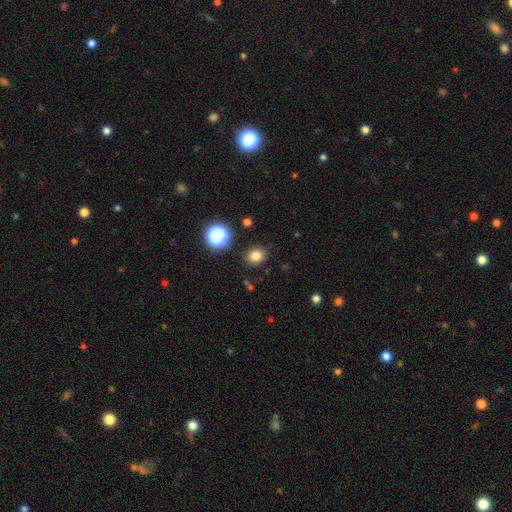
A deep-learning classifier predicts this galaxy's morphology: Overall: smooth (80%). How rounded: round (57%; in between 42%). Merging: none (87%).